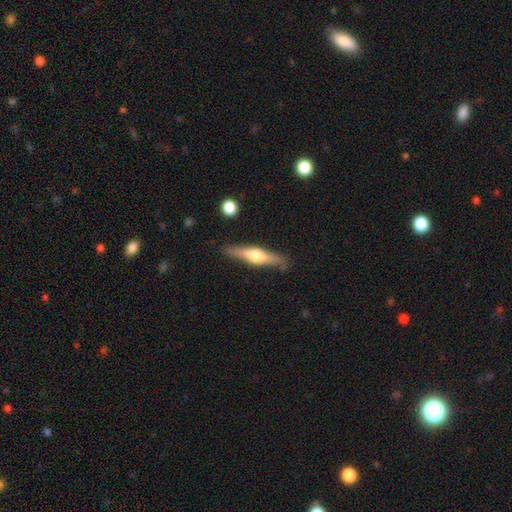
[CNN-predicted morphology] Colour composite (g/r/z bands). It shows a featured or disk galaxy (60%) viewed edge-on (95%) with a rounded central bulge (91%). Merging: none (83%).